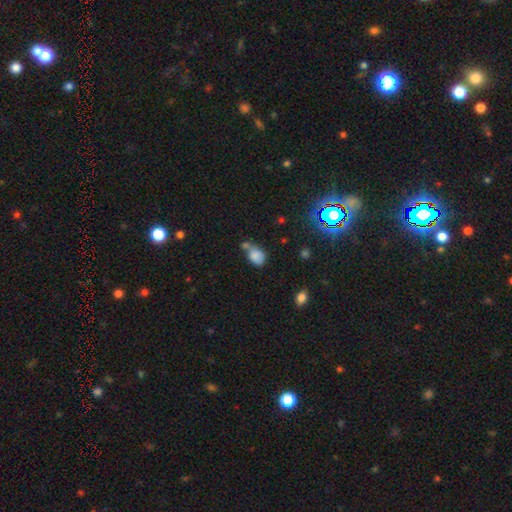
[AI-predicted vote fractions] Morphology: type=smooth (76%); roundness=in between (70%); merging=merger (37%).